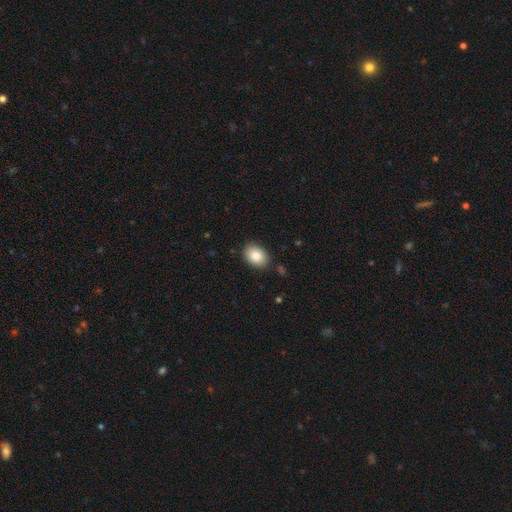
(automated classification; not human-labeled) Morphology: type=smooth (85%); roundness=in between (76%); merging=none (87%).